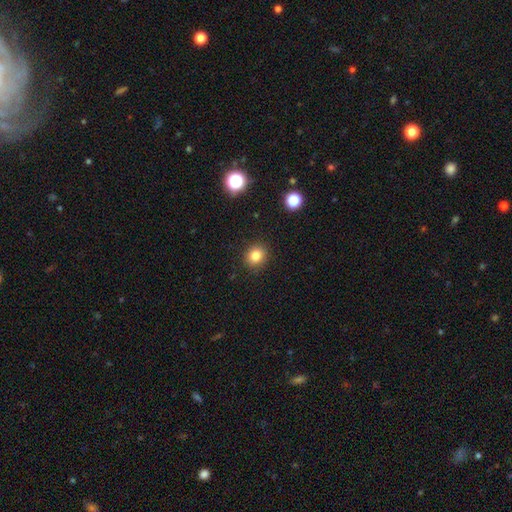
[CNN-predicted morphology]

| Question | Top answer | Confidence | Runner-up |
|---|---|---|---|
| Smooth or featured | smooth | 81% | star or artifact (12%) |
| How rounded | round | 79% | in between (20%) |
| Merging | none | 90% | minor disturbance (7%) |